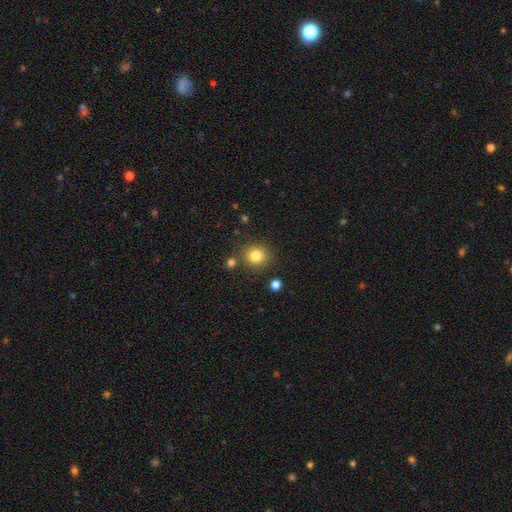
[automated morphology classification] This is clearly a smooth galaxy (82%). How rounded: clearly round (86%). Merging: clearly none (81%).